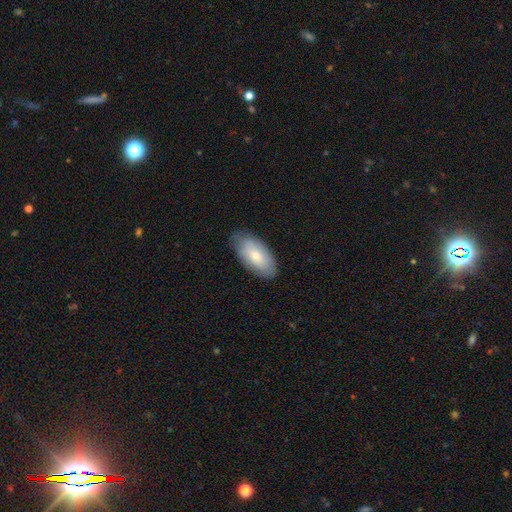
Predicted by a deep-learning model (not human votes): Smooth or featured: smooth — 71% (featured or disk — 23%)
How rounded: in between — 93% (cigar-shaped — 5%)
Merging: none — 76% (minor disturbance — 20%)